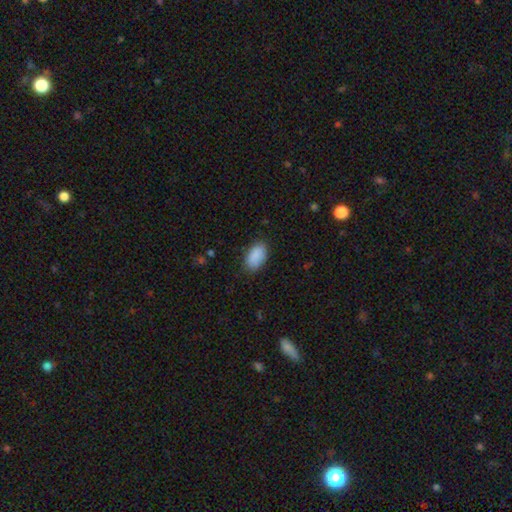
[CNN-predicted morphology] A smooth galaxy with no disk features (89%) that is in between round and cigar-shaped (94%). Merging: none (80%).